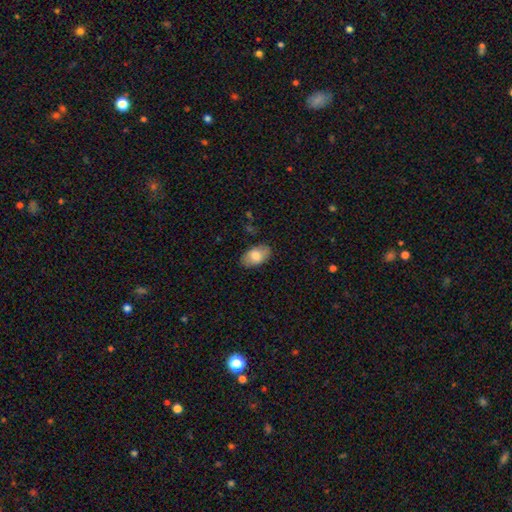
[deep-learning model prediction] A smooth galaxy with no disk features (77%) that is in between round and cigar-shaped (94%).

Vote fractions:
- Smooth or featured? smooth: 77% / featured or disk: 17% / star or artifact: 6%
- How rounded? in between: 94% / round: 5% / cigar-shaped: 2%
- Merging? none: 84% / minor disturbance: 12% / major disturbance: 3% / merger: 1%